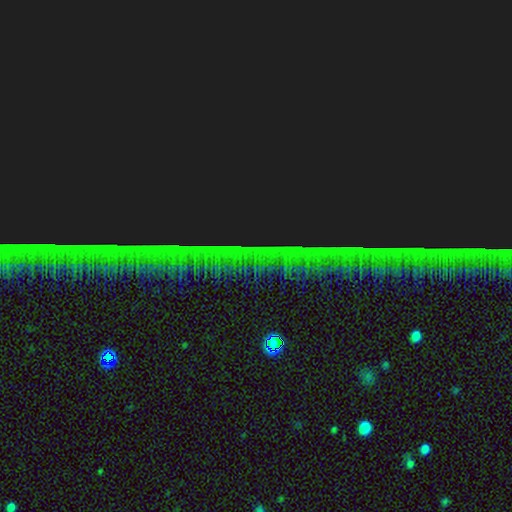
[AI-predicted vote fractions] Smooth or featured: star or artifact — 88% (featured or disk — 6%)